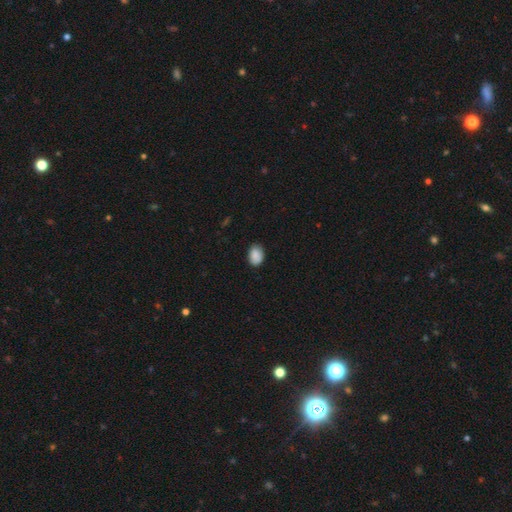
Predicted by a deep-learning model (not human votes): Q: Smooth or featured?
A: smooth (88%); runner-up: star or artifact (7%)
Q: How rounded?
A: in between (78%); runner-up: round (21%)
Q: Merging?
A: none (81%); runner-up: minor disturbance (15%)